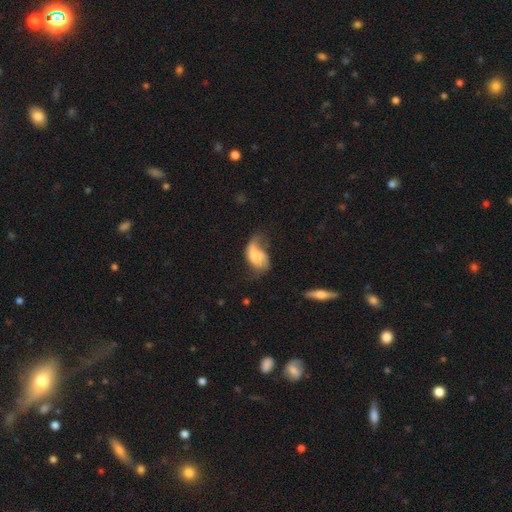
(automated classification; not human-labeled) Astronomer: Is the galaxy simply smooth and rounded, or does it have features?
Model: featured or disk — 46% (runner-up: smooth, 45%).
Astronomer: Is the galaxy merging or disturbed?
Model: major disturbance — 39% (runner-up: minor disturbance, 28%).